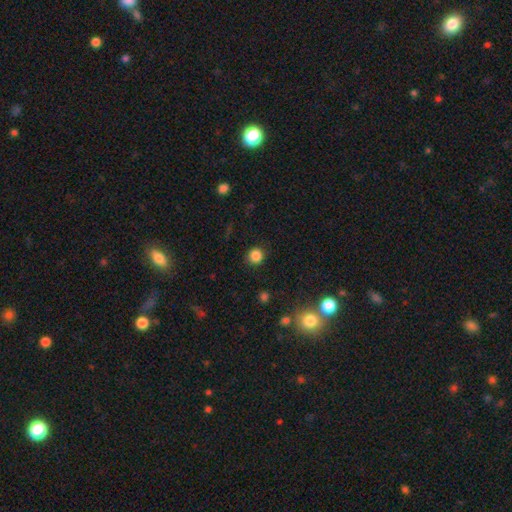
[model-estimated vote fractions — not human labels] A smooth galaxy with no disk features (84%) that is round (90%). Merging: none (87%).